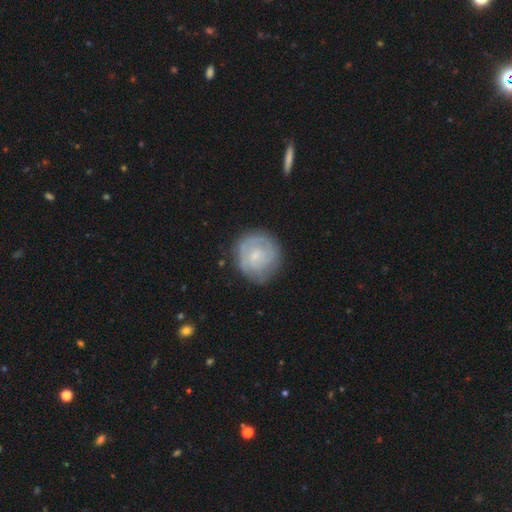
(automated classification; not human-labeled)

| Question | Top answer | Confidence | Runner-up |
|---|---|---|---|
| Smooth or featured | featured or disk | 60% | smooth (34%) |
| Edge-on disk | no | 98% | yes (2%) |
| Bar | no | 63% | weak (32%) |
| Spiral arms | yes | 76% | no (24%) |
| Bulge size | small | 66% | moderate (21%) |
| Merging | none | 75% | minor disturbance (17%) |